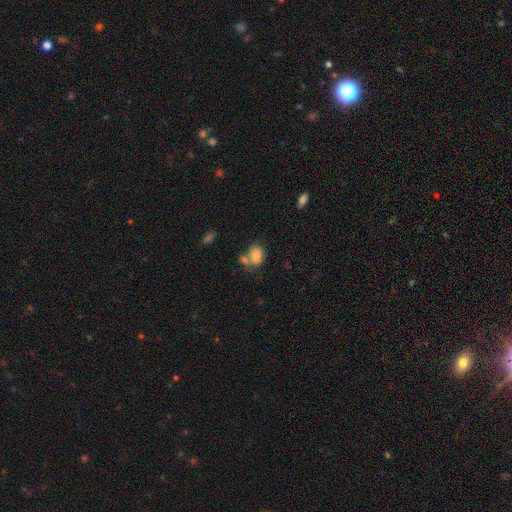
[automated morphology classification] Smooth or featured: smooth — 82% (featured or disk — 9%)
How rounded: in between — 76% (round — 22%)
Merging: none — 49% (merger — 30%)